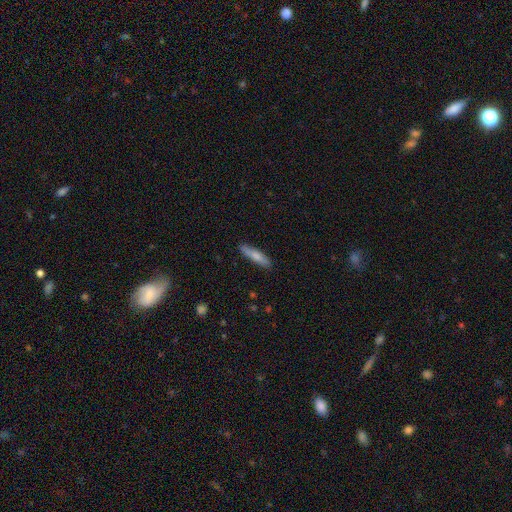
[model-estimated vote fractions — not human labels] The model was most divided on "smooth or featured": smooth: 74%, featured or disk: 21%, star or artifact: 6%. More confident: merging — none (84%); how rounded — cigar-shaped (82%).